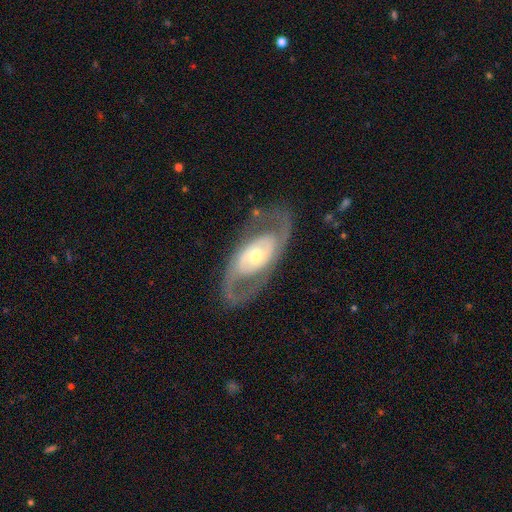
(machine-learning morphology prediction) A featured or disk galaxy (82%) with no bar (69%), 2 (83%) medium (44%) spiral arms (71%) and a moderate central bulge (65%). Merging: none (76%).